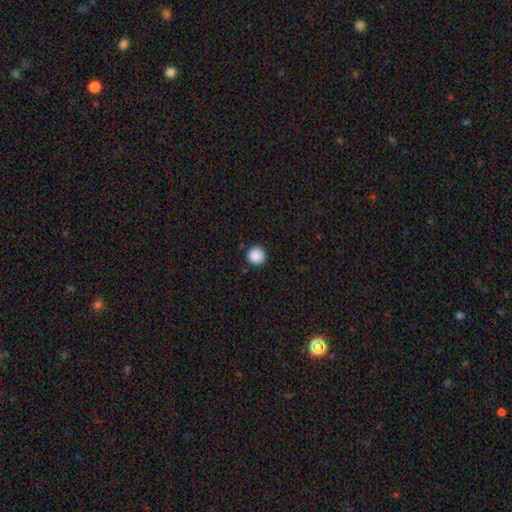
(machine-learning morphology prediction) Smooth or featured: smooth — 88% (star or artifact — 9%)
How rounded: round — 96% (in between — 3%)
Merging: none — 91% (minor disturbance — 6%)